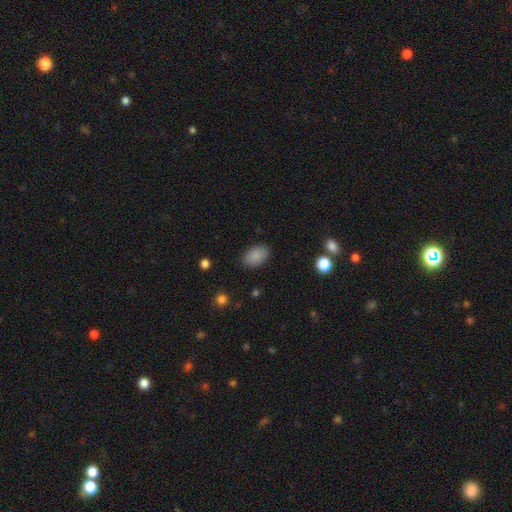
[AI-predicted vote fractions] smooth-or-featured: smooth: 88% | star or artifact: 9% | featured or disk: 4%
  how-rounded: in between: 87% | round: 12% | cigar-shaped: 1%
  merging: none: 86% | minor disturbance: 10% | major disturbance: 3% | merger: 1%